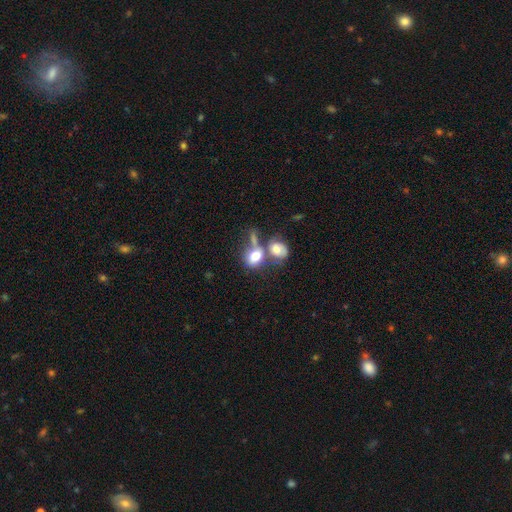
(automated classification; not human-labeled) This is likely a smooth galaxy (66%). How rounded: likely in between (62%). Merging: likely merger (61%).